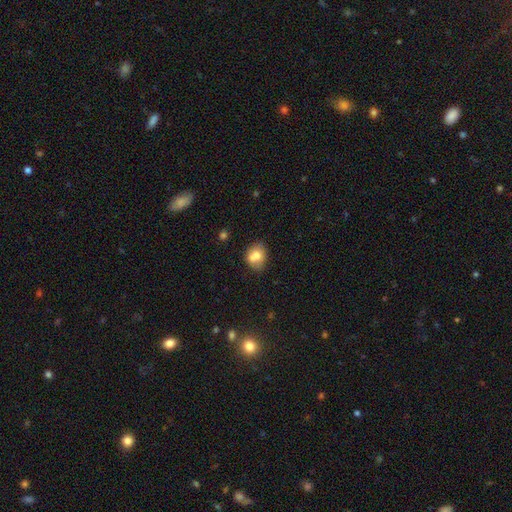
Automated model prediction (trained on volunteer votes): Smooth or featured? smooth (72%)
How rounded? round (55%)
Merging? none (47%)